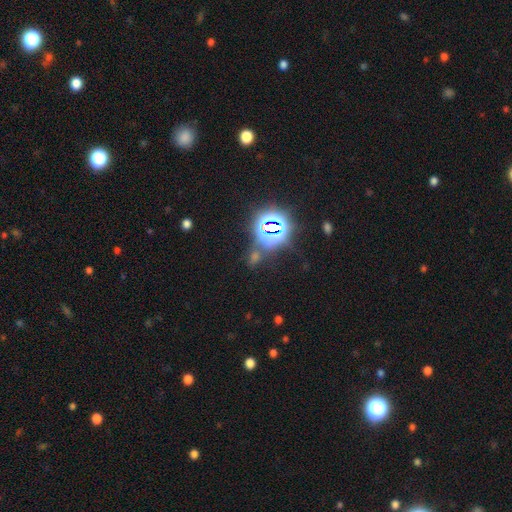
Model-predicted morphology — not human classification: A star or artifact, not a galaxy (73%).

Vote fractions:
- Smooth or featured? star or artifact: 73% / smooth: 19% / featured or disk: 8%